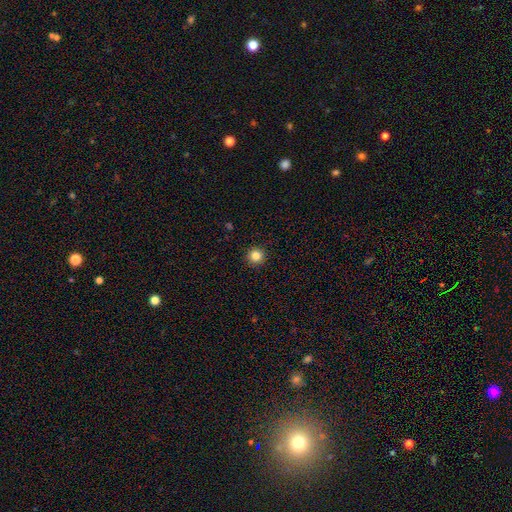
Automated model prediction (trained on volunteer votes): Q: Smooth or featured?
A: smooth (84%); runner-up: star or artifact (11%)
Q: How rounded?
A: round (96%); runner-up: in between (3%)
Q: Merging?
A: none (93%); runner-up: minor disturbance (4%)